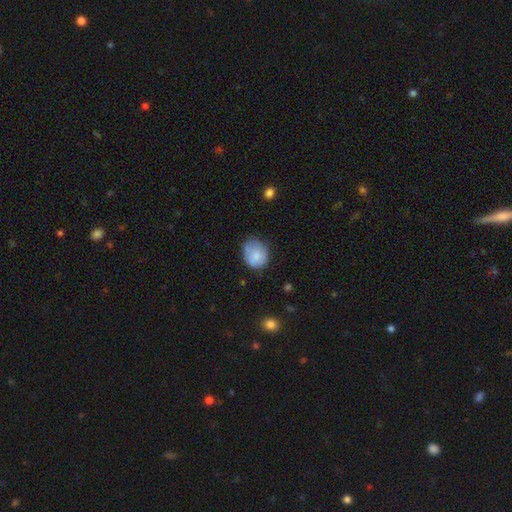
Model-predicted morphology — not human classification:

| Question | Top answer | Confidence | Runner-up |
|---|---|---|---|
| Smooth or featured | smooth | 76% | featured or disk (16%) |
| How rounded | round | 69% | in between (30%) |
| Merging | none | 61% | minor disturbance (30%) |